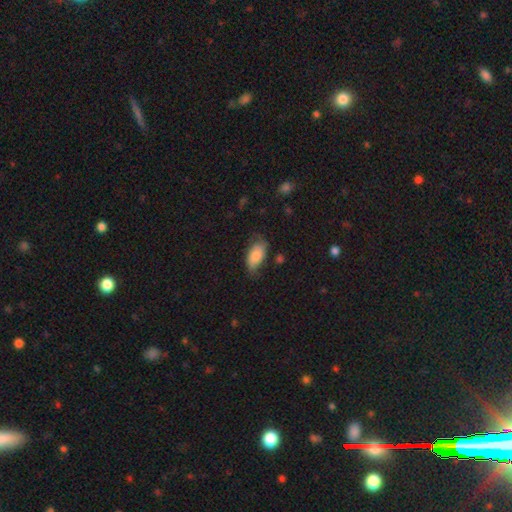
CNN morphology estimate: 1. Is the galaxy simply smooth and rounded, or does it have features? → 78% smooth, 15% featured or disk, 7% star or artifact.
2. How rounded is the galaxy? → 92% in between, 5% cigar-shaped, 3% round.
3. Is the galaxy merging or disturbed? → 58% none, 31% minor disturbance, 9% major disturbance, 2% merger.